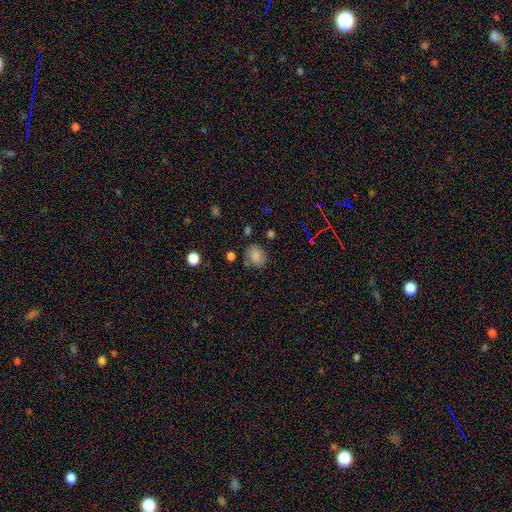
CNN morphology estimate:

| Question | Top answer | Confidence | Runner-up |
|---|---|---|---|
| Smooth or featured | smooth | 81% | star or artifact (12%) |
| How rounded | round | 60% | in between (39%) |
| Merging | none | 72% | minor disturbance (19%) |